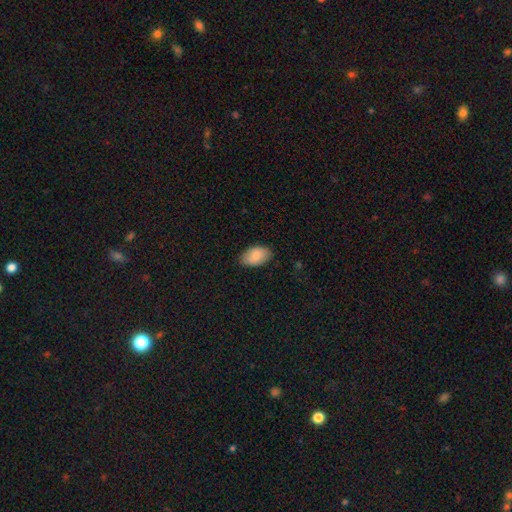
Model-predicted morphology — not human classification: This appears to be a smooth galaxy with no disk features (87%) that is in between round and cigar-shaped (93%). Merging: none (83%).